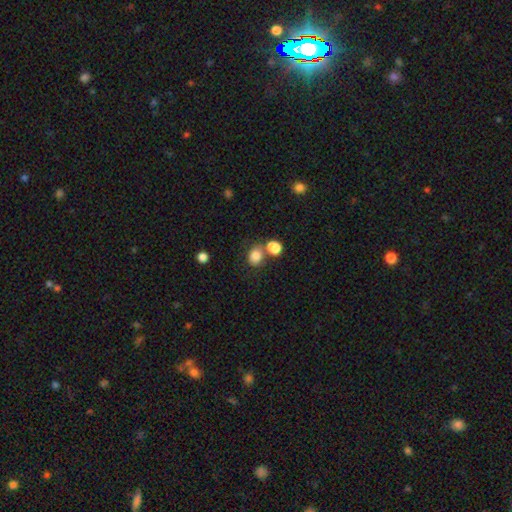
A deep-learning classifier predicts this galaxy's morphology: Smooth or featured?
  - smooth: 83% *
  - star or artifact: 11%
  - featured or disk: 6%
How rounded?
  - round: 56% *
  - in between: 43%
  - cigar-shaped: 1%
Merging?
  - none: 55% *
  - merger: 29%
  - minor disturbance: 11%
  - major disturbance: 5%